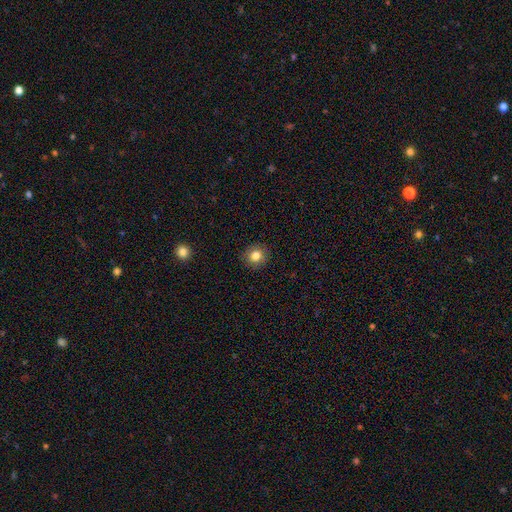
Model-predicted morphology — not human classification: The model was most divided on "smooth or featured": smooth: 83%, star or artifact: 11%, featured or disk: 7%. More confident: merging — none (91%); how rounded — round (89%).